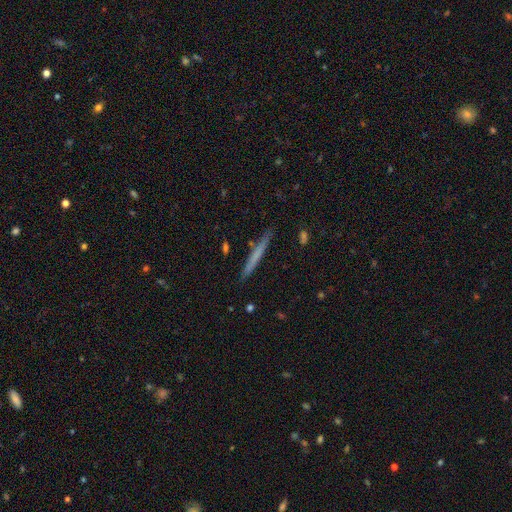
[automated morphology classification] type=smooth (53%); roundness=cigar-shaped (97%); merging=none (90%).